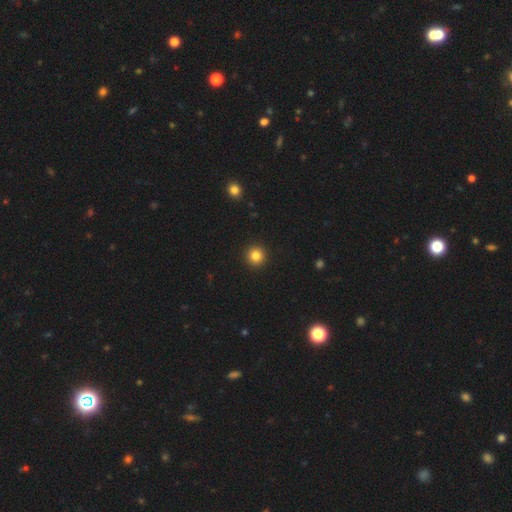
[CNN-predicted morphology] smooth 83%, star or artifact 12%, featured or disk 5%. Down the decision tree: how rounded — round (96%); merging — none (93%).